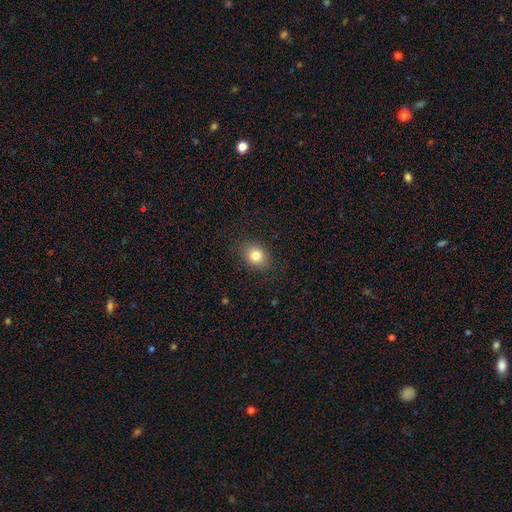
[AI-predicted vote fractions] A smooth galaxy with no disk features (81%) that is round (58%).

Vote fractions:
- Smooth or featured? smooth: 81% / star or artifact: 11% / featured or disk: 8%
- How rounded? round: 58% / in between: 41% / cigar-shaped: 1%
- Merging? none: 86% / minor disturbance: 10% / major disturbance: 3% / merger: 1%